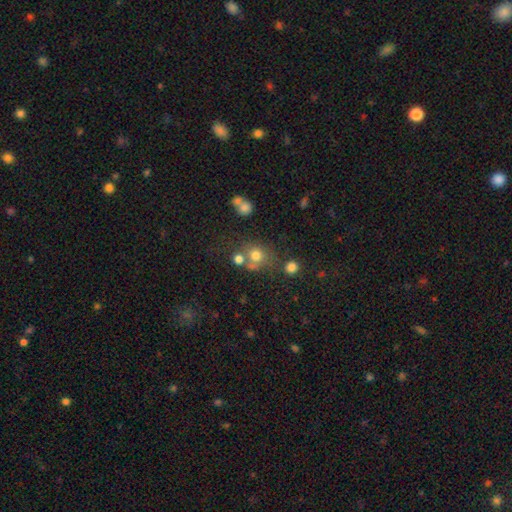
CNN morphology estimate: Smooth or featured: smooth — 72% (star or artifact — 16%)
How rounded: round — 82% (in between — 17%)
Merging: none — 57% (merger — 23%)